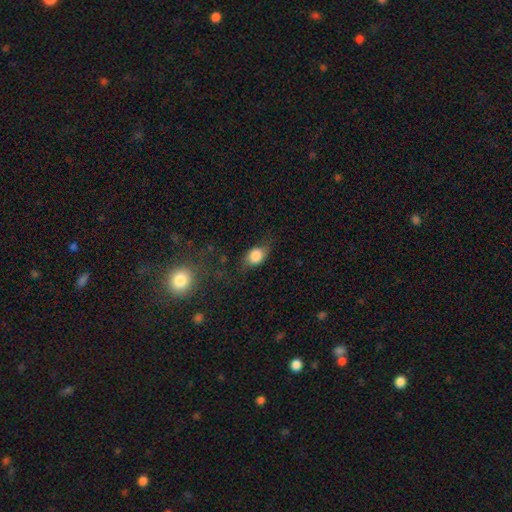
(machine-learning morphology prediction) The model was most divided on "merging": none: 58%, minor disturbance: 27%, major disturbance: 13%, merger: 2%. More confident: smooth or featured — smooth (74%); how rounded — in between (64%).